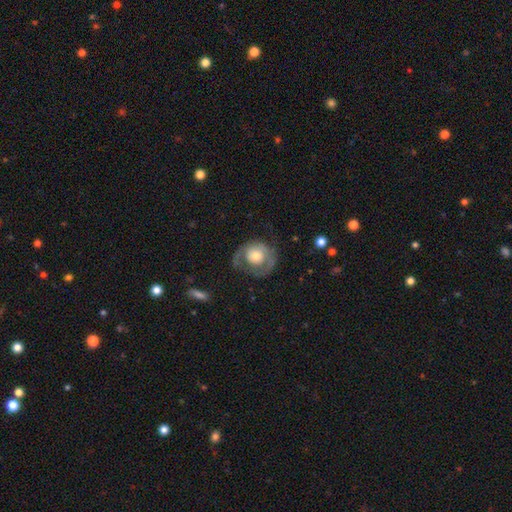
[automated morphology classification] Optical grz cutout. It shows a featured or disk galaxy (58%) with no bar (82%), spiral arms (62%) and a moderate central bulge (59%). Merging: none (53%).